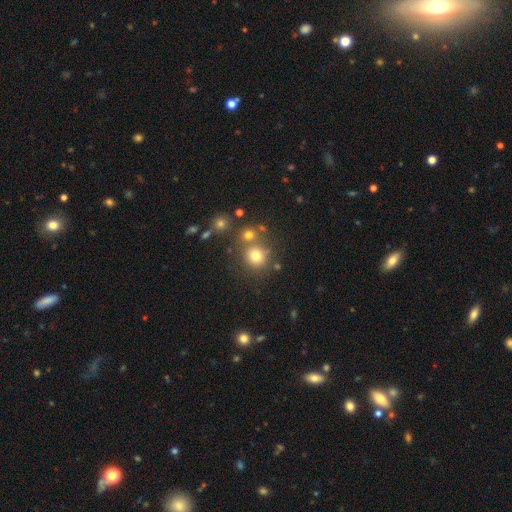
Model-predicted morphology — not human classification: Overall: smooth (75%). How rounded: round (88%). Merging: none (66%).